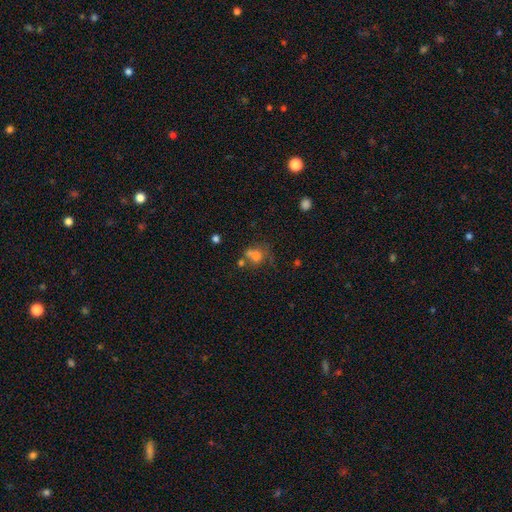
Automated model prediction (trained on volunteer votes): A smooth galaxy with no disk features (66%) that is round (77%). Merging: none (41%).